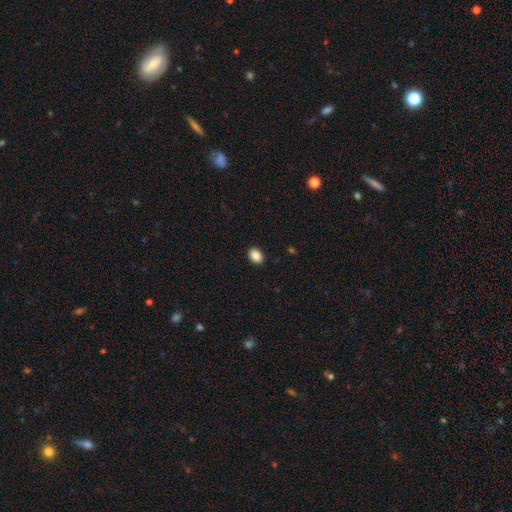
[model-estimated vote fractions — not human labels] This appears to be a smooth galaxy with no disk features (89%) that is in between round and cigar-shaped (74%). Merging: none (90%).